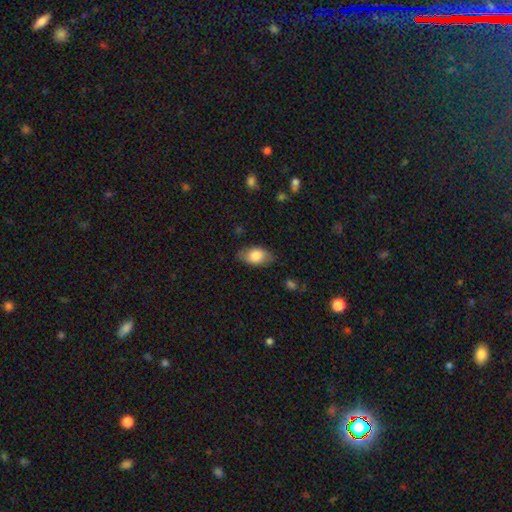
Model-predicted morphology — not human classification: Smooth or featured? smooth (77%)
How rounded? in between (90%)
Merging? none (77%)